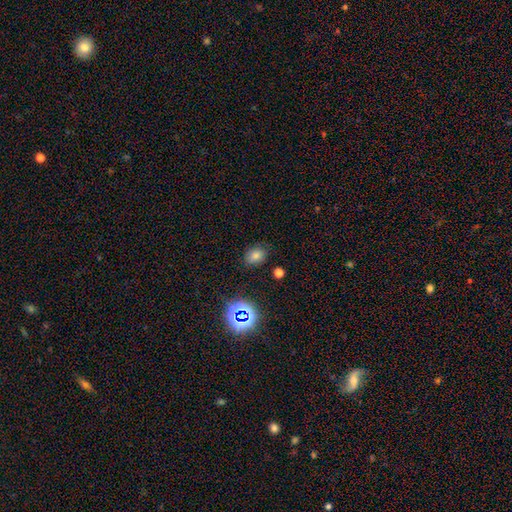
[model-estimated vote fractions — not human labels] Smooth or featured? smooth (73%)
How rounded? in between (64%)
Merging? none (80%)